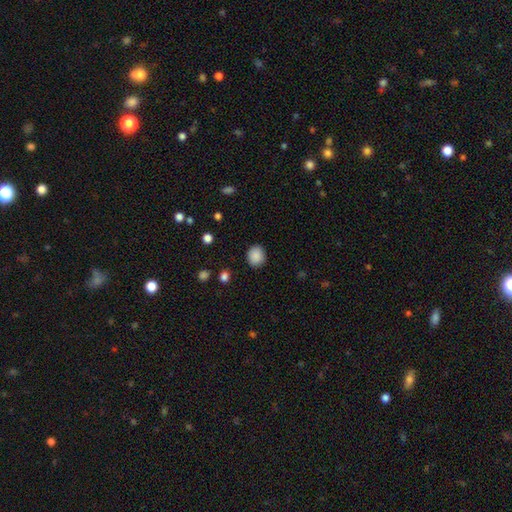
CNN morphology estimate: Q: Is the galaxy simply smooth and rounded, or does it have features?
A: smooth — 89%.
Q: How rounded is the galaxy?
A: round — 71%.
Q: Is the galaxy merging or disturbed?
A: none — 88%.